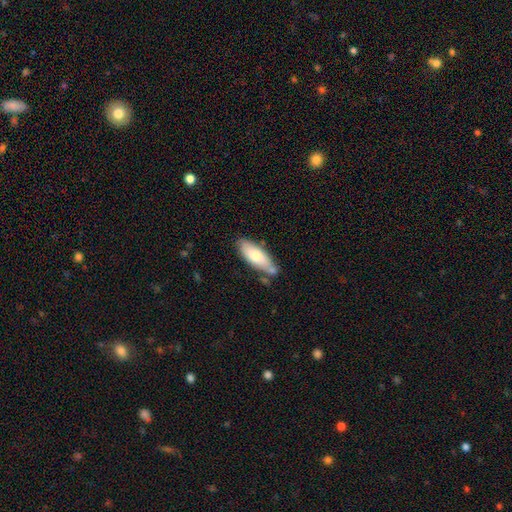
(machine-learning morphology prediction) This appears to be a smooth galaxy with no disk features (69%) that is in between round and cigar-shaped (73%). Merging: none (61%).